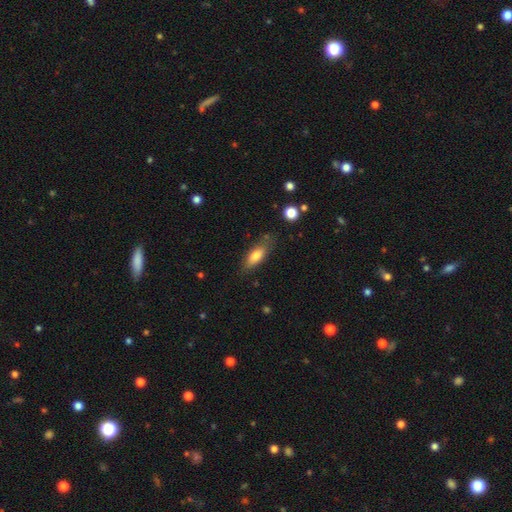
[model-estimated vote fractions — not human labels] Smooth or featured: smooth — 77% (featured or disk — 16%)
How rounded: in between — 70% (cigar-shaped — 27%)
Merging: none — 72% (minor disturbance — 19%)